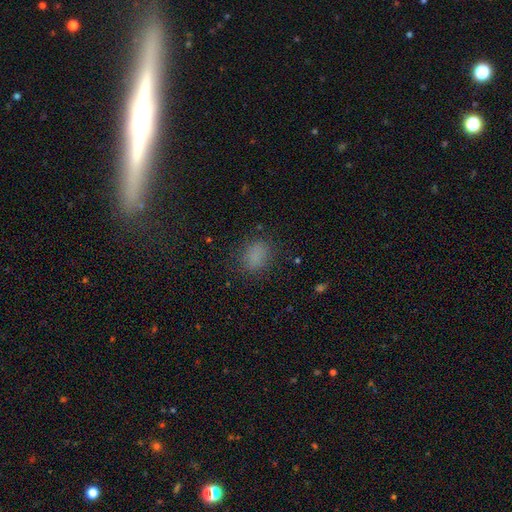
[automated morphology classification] smooth-or-featured: smooth: 79% | star or artifact: 16% | featured or disk: 5%
  how-rounded: in between: 55% | round: 43% | cigar-shaped: 2%
  merging: none: 80% | minor disturbance: 13% | major disturbance: 6% | merger: 1%